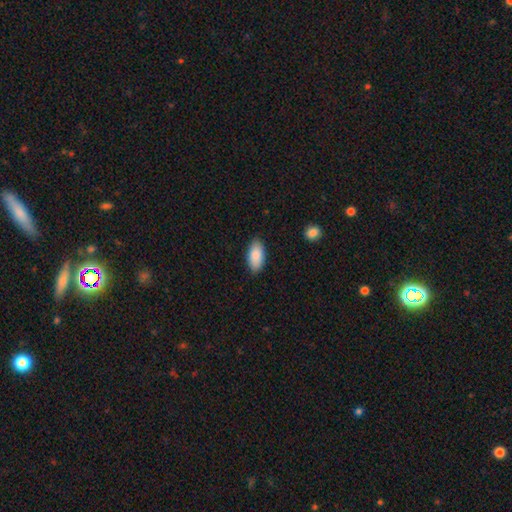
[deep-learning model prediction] Q: Smooth or featured?
A: smooth (89%); runner-up: star or artifact (6%)
Q: How rounded?
A: in between (93%); runner-up: cigar-shaped (5%)
Q: Merging?
A: none (87%); runner-up: minor disturbance (10%)